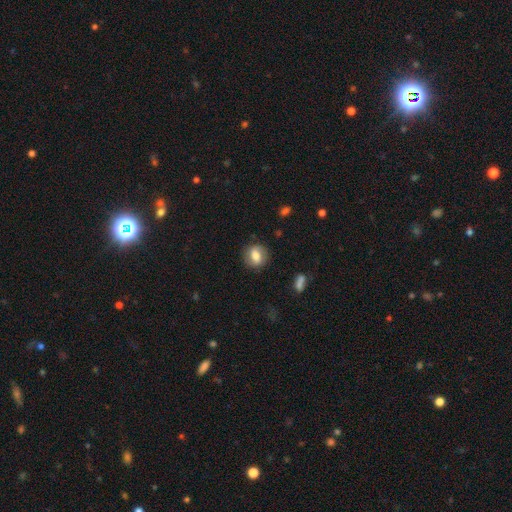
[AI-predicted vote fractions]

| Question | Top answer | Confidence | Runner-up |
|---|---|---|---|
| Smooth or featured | smooth | 68% | featured or disk (24%) |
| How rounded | round | 62% | in between (37%) |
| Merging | none | 82% | minor disturbance (13%) |